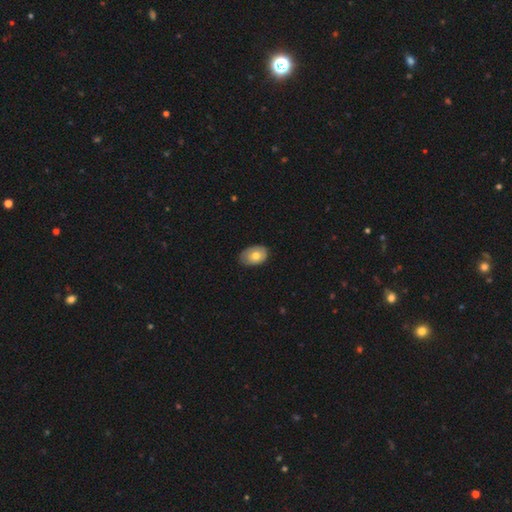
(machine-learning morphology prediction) A smooth galaxy with no disk features (70%) that is in between round and cigar-shaped (84%). Merging: none (74%).